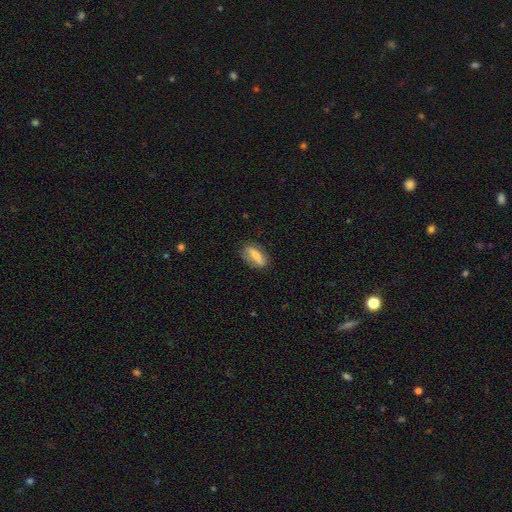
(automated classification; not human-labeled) Morphology: type=smooth (58%); roundness=in between (69%); merging=none (79%).